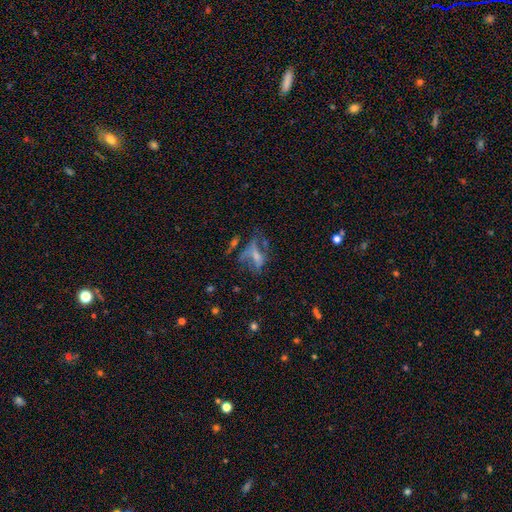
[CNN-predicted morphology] Smooth or featured: featured or disk — 44% (smooth — 39%)
Merging: major disturbance — 40% (none — 28%)